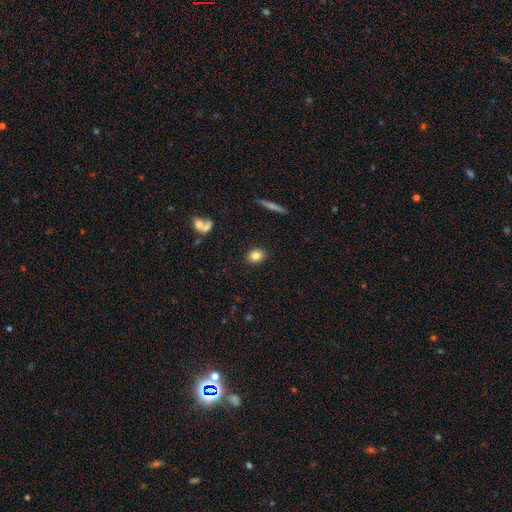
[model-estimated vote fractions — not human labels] Morphology: type=smooth (83%); roundness=in between (53%); merging=none (89%).